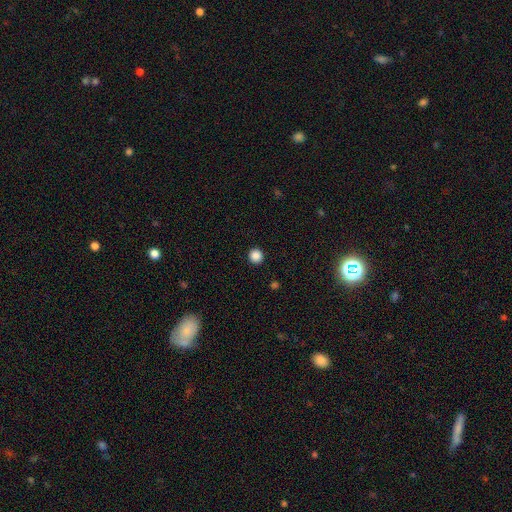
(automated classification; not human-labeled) smooth_or_featured: smooth (p=0.87) [alt: star or artifact p=0.10]
how_rounded: round (p=0.95) [alt: in between p=0.04]
merging: none (p=0.93) [alt: minor disturbance p=0.04]